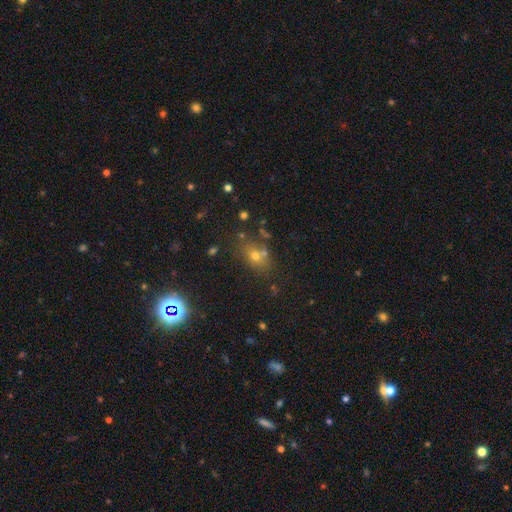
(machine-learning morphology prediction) type=smooth (55%); roundness=in between (50%); merging=none (64%).